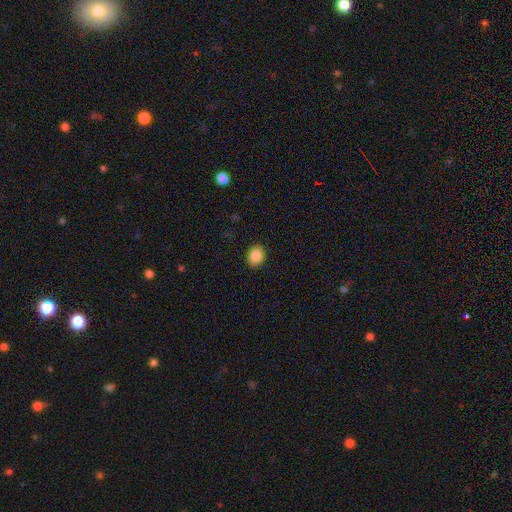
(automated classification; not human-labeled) smooth_or_featured: smooth (p=0.88) [alt: star or artifact p=0.09]
how_rounded: round (p=0.56) [alt: in between p=0.43]
merging: none (p=0.90) [alt: minor disturbance p=0.07]